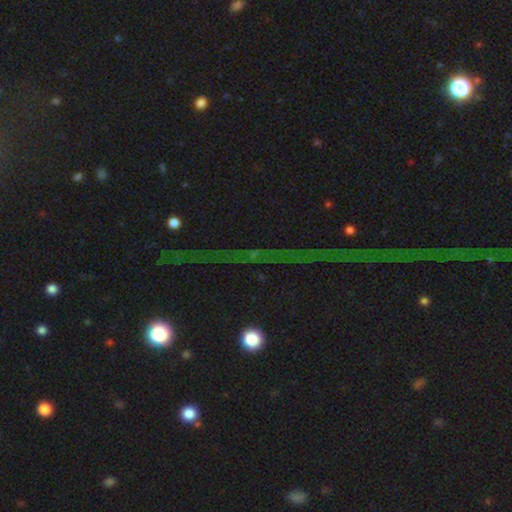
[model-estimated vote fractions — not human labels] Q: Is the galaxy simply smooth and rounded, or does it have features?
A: star or artifact — 80%.